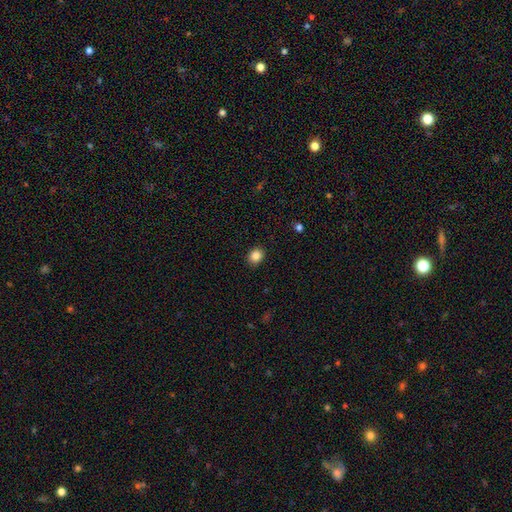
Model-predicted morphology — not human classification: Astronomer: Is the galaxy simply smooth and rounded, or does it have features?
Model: smooth — 85%.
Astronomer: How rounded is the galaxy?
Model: round — 56% (runner-up: in between, 44%).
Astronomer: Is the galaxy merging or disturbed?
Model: none — 90%.